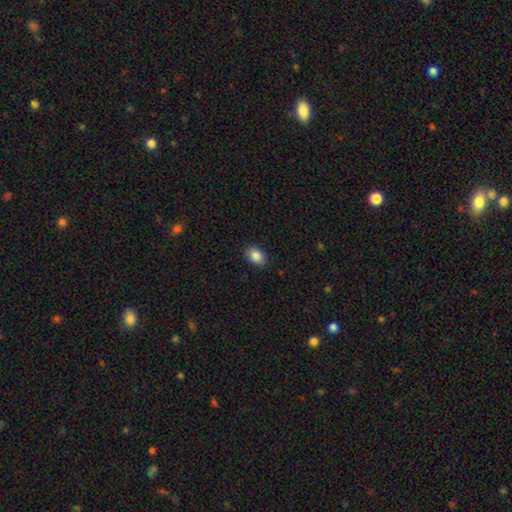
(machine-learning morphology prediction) This is clearly a smooth galaxy (86%). How rounded: clearly in between (83%). Merging: clearly none (88%).